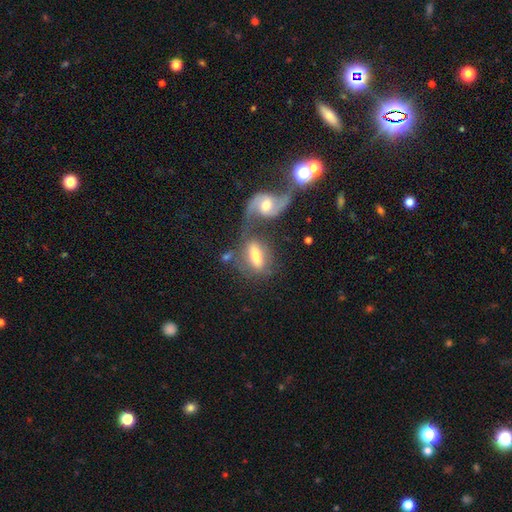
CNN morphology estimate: Overall: smooth (47%; featured or disk 45%). Merging: merger (47%; none 33%).